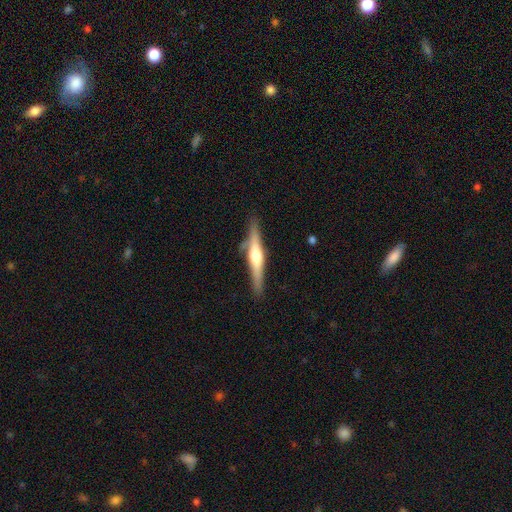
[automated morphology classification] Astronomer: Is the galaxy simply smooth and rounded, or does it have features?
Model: featured or disk — 64%.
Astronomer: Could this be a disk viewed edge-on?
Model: yes — 96%.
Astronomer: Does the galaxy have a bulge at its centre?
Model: rounded — 85%.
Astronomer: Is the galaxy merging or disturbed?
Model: none — 80%.